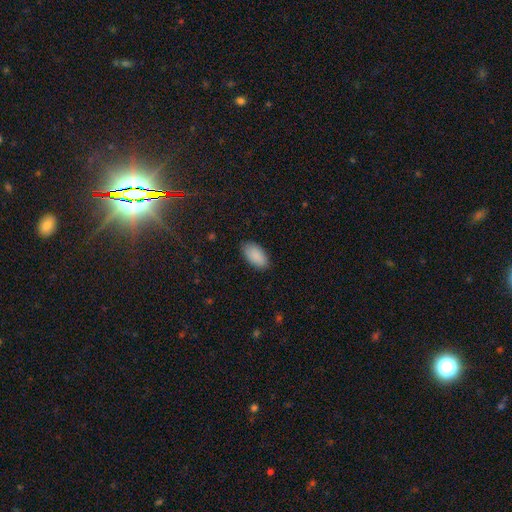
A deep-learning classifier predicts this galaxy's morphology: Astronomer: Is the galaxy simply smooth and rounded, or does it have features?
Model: smooth — 90%.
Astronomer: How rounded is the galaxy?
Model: in between — 95%.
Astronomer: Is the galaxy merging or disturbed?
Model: none — 86%.